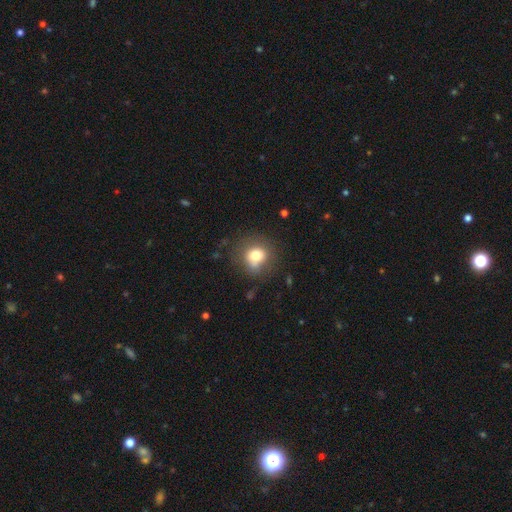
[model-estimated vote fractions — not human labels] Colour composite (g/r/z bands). It shows a smooth galaxy with no disk features (74%) that is round (81%). Merging: none (72%).